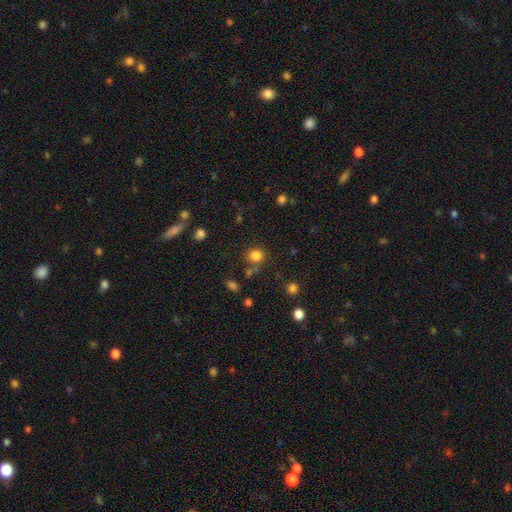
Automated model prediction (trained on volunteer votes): smooth 81%, star or artifact 14%, featured or disk 5%. Down the decision tree: how rounded — round (82%); merging — none (73%).